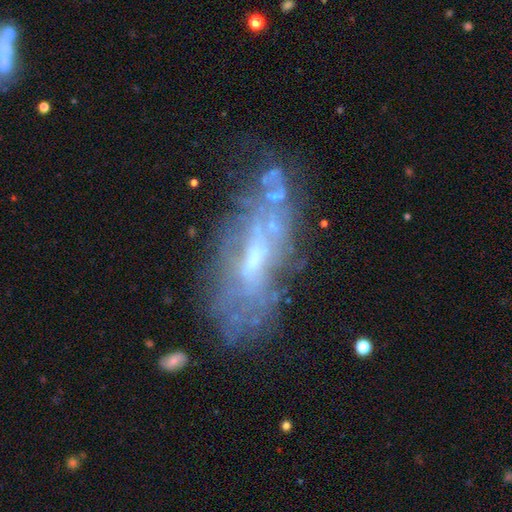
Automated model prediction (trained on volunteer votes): The model was most divided on "bulge size": moderate: 45%, small: 41%, none: 9%, large: 4%, dominant: 1%. Remaining: edge-on disk — no (82%); smooth or featured — featured or disk (69%); merging — none (60%); spiral arms — no (56%); bar — no (47%).